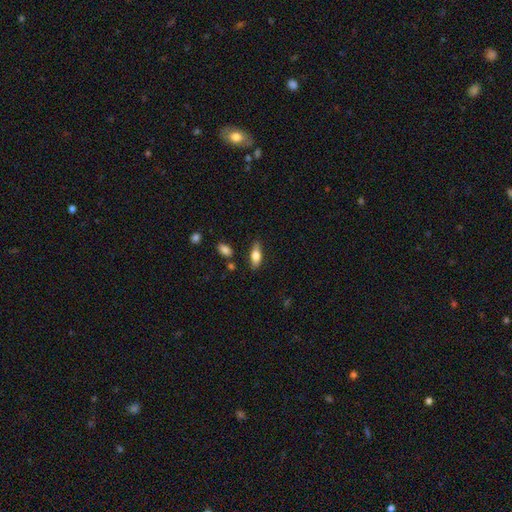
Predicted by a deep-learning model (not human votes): A smooth galaxy with no disk features (64%) that is in between round and cigar-shaped (72%). Merging: none (77%).